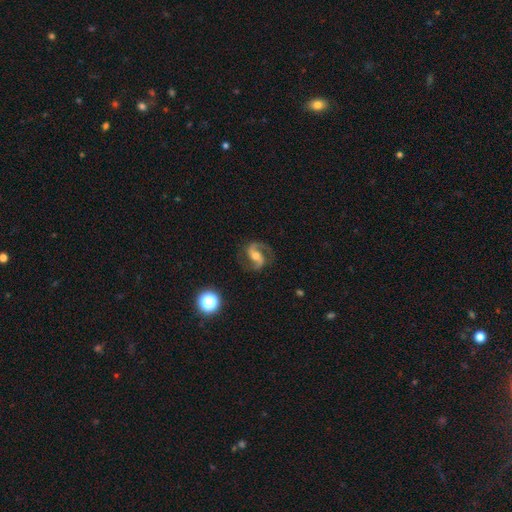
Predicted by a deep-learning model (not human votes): A featured or disk galaxy (88%) with a weak bar (37%), 2 (93%) medium (57%) spiral arms (97%) and a moderate central bulge (63%). Merging: none (81%).